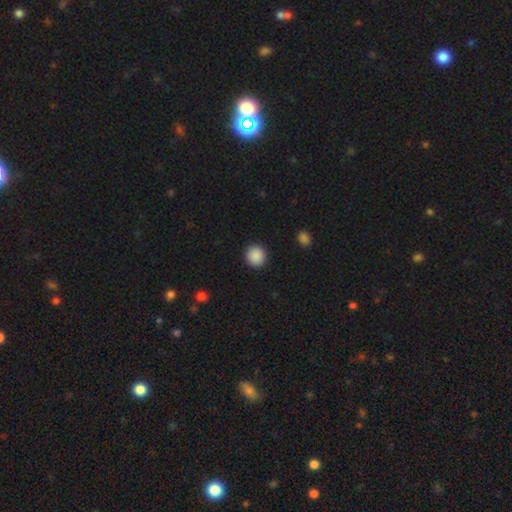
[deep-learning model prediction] Overall: smooth (89%). How rounded: round (94%). Merging: none (93%).